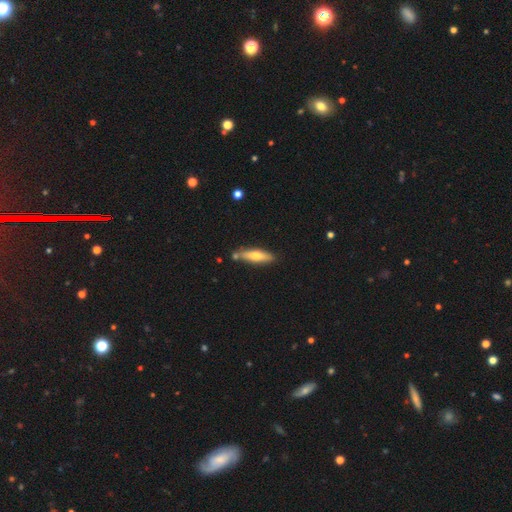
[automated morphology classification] Q: Smooth or featured?
A: smooth (61%); runner-up: featured or disk (33%)
Q: How rounded?
A: cigar-shaped (66%); runner-up: in between (32%)
Q: Merging?
A: none (76%); runner-up: minor disturbance (14%)